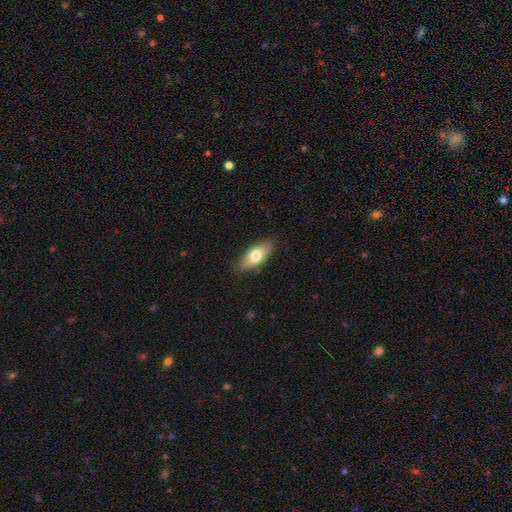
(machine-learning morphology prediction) Smooth or featured?
  - smooth: 72% *
  - featured or disk: 22%
  - star or artifact: 6%
How rounded?
  - in between: 81% *
  - cigar-shaped: 15%
  - round: 3%
Merging?
  - none: 85% *
  - minor disturbance: 12%
  - major disturbance: 2%
  - merger: 1%